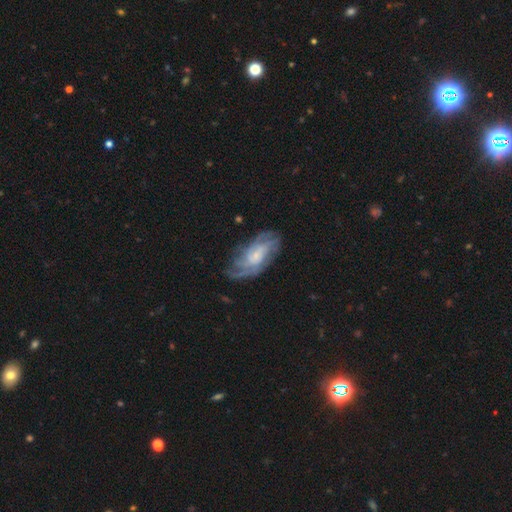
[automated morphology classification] Smooth or featured? featured or disk (80%)
Edge-on disk? no (94%)
Bar? no (61%)
Spiral arms? yes (93%)
Spiral winding? tight (50%)
Spiral arm count? can't tell (39%)
Bulge size? small (55%)
Merging? none (68%)